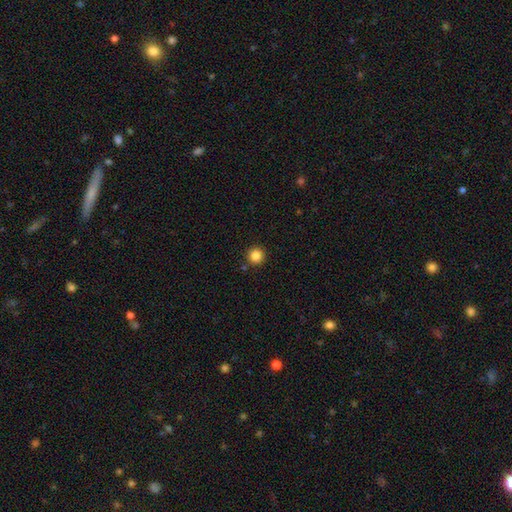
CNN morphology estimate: This appears to be a smooth galaxy with no disk features (85%) that is round (96%). Merging: none (90%).